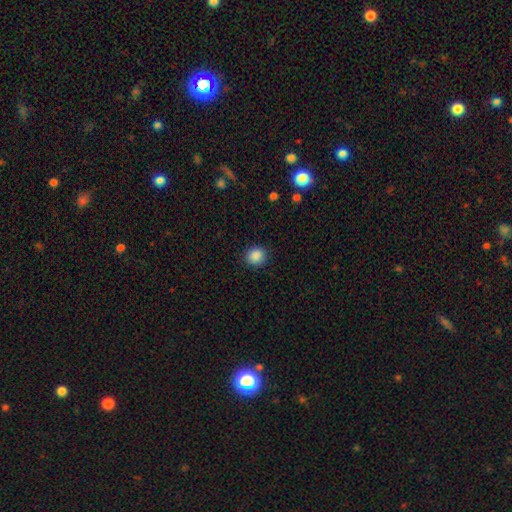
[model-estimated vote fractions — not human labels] The model was most divided on "how rounded": round: 82%, in between: 18%, cigar-shaped: 1%. More confident: merging — none (90%); smooth or featured — smooth (88%).